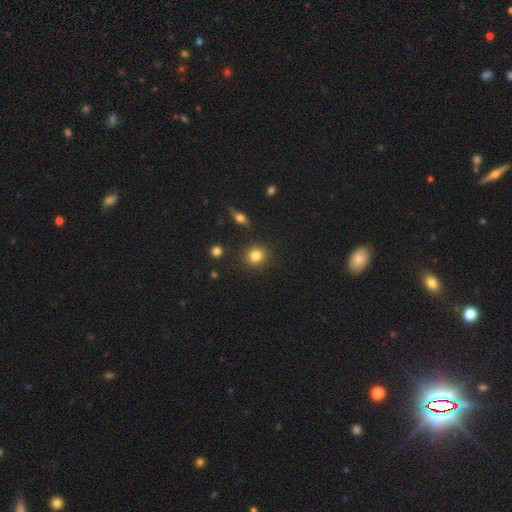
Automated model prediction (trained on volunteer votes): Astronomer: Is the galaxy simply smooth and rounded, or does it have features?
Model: smooth — 83%.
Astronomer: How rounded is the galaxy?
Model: round — 87%.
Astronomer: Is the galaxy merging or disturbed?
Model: none — 89%.